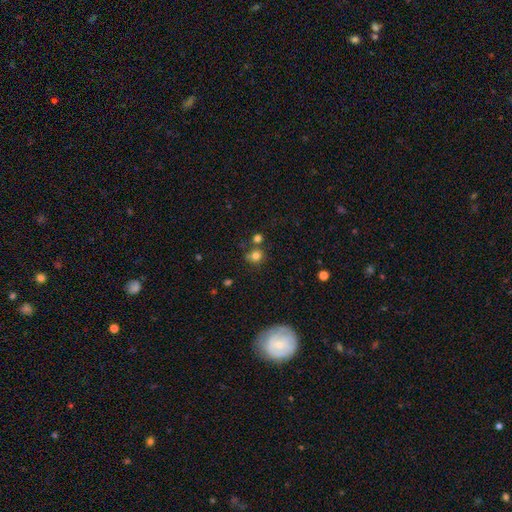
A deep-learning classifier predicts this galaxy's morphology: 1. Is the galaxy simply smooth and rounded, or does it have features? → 79% smooth, 14% star or artifact, 7% featured or disk.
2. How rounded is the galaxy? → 84% round, 15% in between, 1% cigar-shaped.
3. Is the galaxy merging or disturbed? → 65% none, 17% merger, 13% minor disturbance, 5% major disturbance.